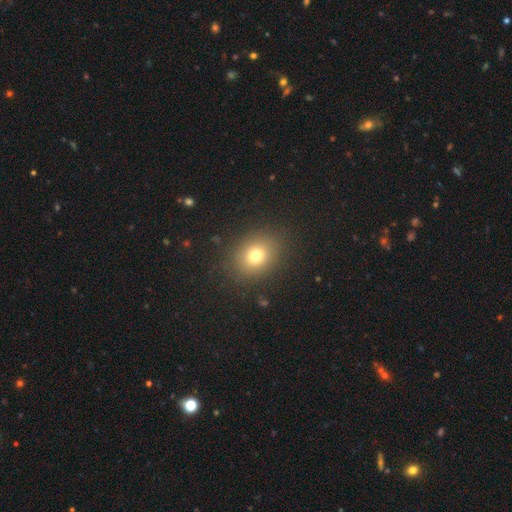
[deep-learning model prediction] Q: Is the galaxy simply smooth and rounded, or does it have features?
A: smooth — 74%.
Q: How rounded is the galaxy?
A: round — 62%.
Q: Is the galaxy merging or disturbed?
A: none — 87%.